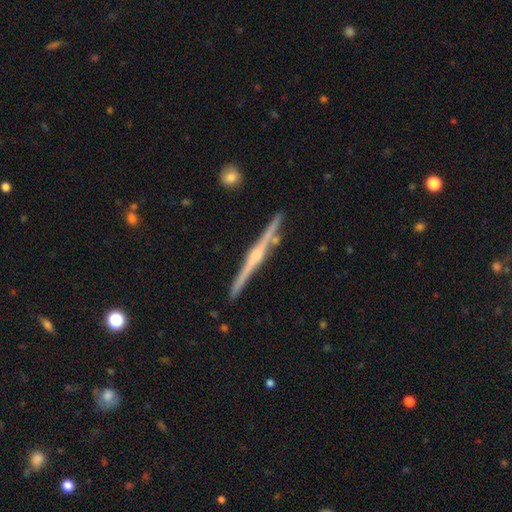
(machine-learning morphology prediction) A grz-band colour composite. It shows a featured or disk galaxy (84%) viewed edge-on (99%) with a rounded central bulge (79%). Merging: none (88%).